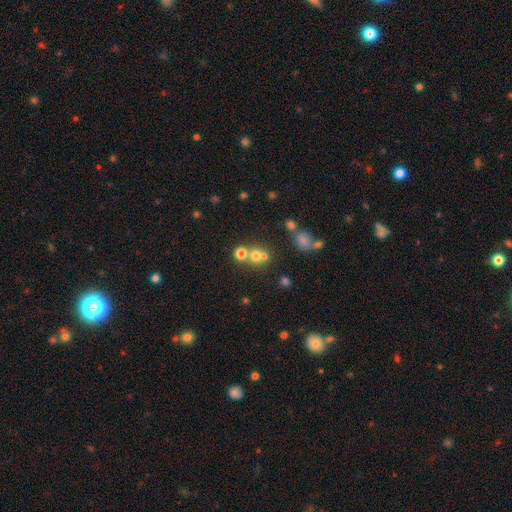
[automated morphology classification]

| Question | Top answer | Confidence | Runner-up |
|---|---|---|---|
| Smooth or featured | smooth | 64% | star or artifact (21%) |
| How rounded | round | 85% | in between (14%) |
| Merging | none | 47% | merger (42%) |